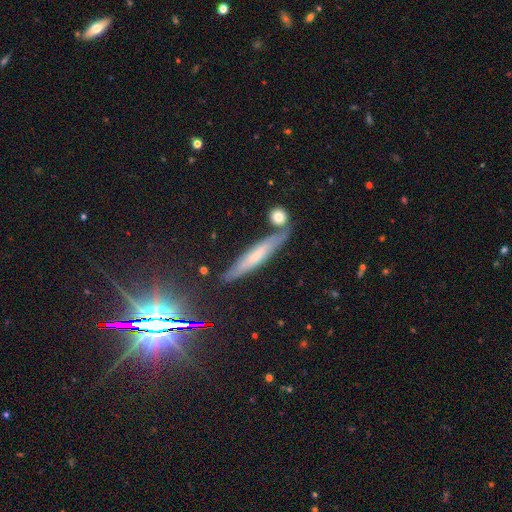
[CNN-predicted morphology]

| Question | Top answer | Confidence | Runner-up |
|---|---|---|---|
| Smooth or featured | featured or disk | 45% | smooth (38%) |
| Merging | none | 77% | minor disturbance (12%) |